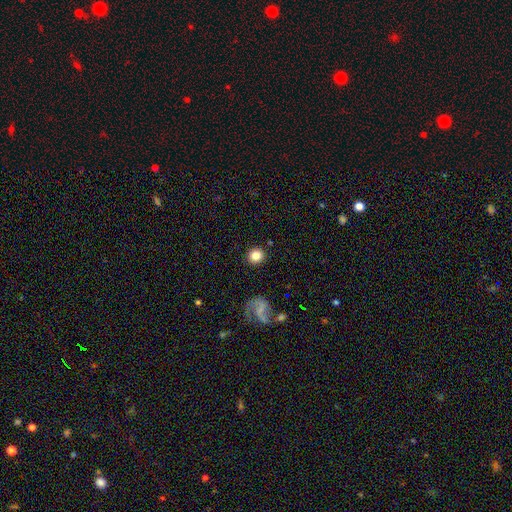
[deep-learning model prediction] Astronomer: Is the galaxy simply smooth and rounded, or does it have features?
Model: smooth — 79%.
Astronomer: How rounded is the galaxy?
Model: round — 92%.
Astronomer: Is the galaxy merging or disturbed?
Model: none — 89%.